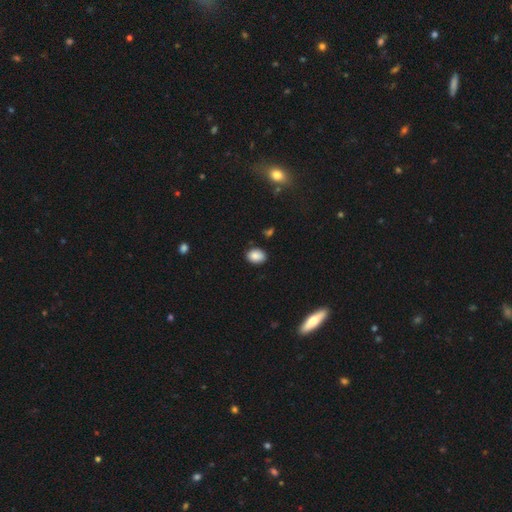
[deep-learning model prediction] smooth 85%, star or artifact 10%, featured or disk 5%. Down the decision tree: how rounded — in between (67%); merging — none (83%).